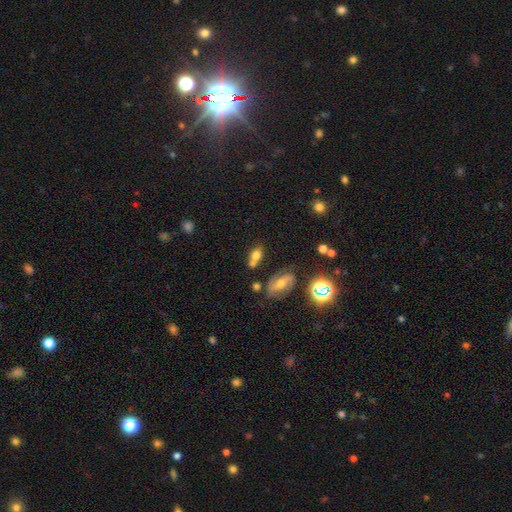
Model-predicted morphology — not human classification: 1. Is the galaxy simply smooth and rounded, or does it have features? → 67% smooth, 20% featured or disk, 13% star or artifact.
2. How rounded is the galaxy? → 68% in between, 28% round, 4% cigar-shaped.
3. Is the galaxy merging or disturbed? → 42% none, 36% merger, 16% minor disturbance, 6% major disturbance.